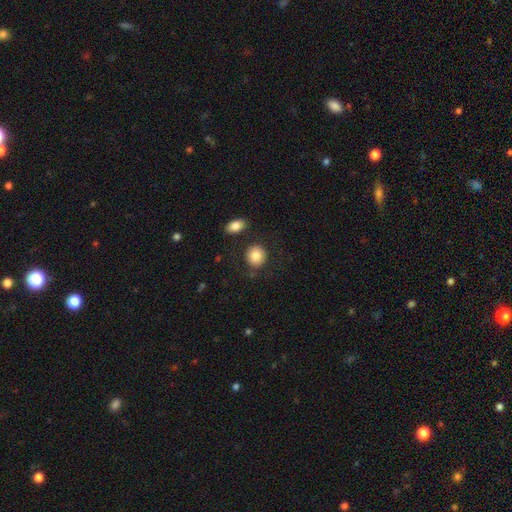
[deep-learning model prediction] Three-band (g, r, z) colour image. It shows a smooth galaxy with no disk features (85%) that is round (83%). Merging: none (82%).